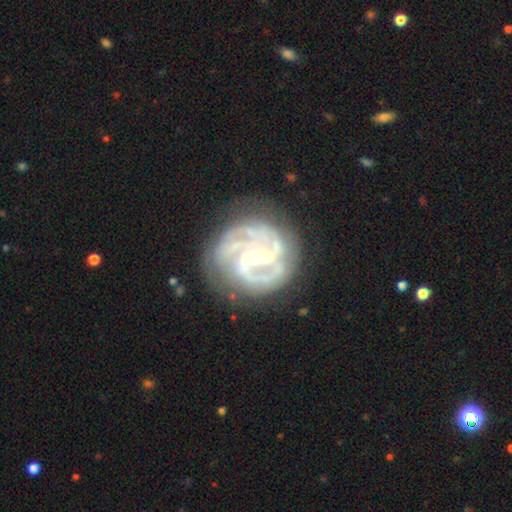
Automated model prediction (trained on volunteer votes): Smooth or featured? Predicted: featured or disk (p=0.91). Edge-on disk? Predicted: no (p=0.98). Bar? Predicted: no (p=0.41, tied with weak). Spiral arms? Predicted: yes (p=0.98). Spiral winding? Predicted: tight (p=0.57). Spiral arm count? Predicted: 3 (p=0.41). Bulge size? Predicted: small (p=0.52). Merging? Predicted: none (p=0.76).